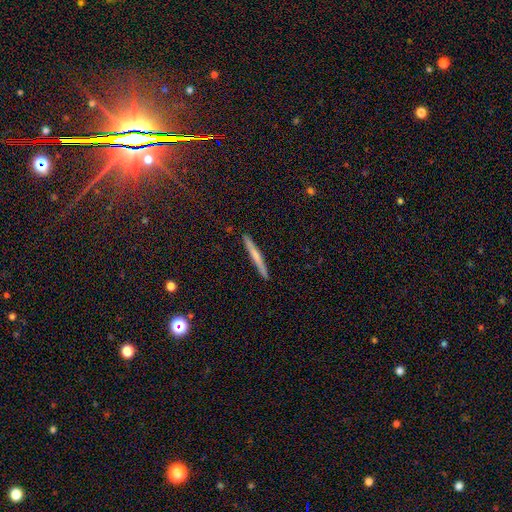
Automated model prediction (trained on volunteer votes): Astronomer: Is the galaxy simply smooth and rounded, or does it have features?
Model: smooth — 49% (runner-up: featured or disk, 43%).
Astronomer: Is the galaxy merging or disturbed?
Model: none — 91%.